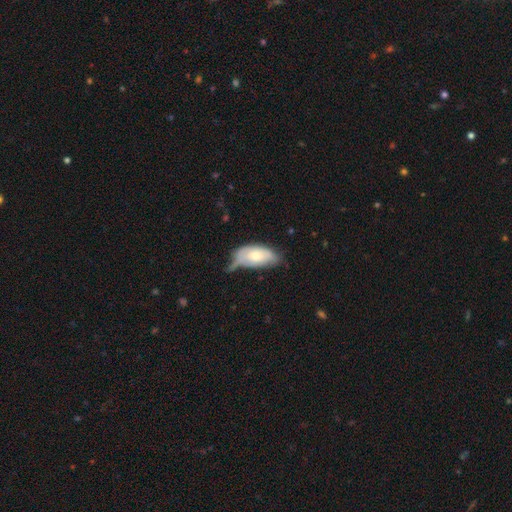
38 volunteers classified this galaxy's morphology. smooth_or_featured: smooth (p=0.74) [alt: featured or disk p=0.24]
how_rounded: in between (p=0.96) [alt: cigar-shaped p=0.04]
merging: none (p=0.46) [alt: minor disturbance p=0.32]